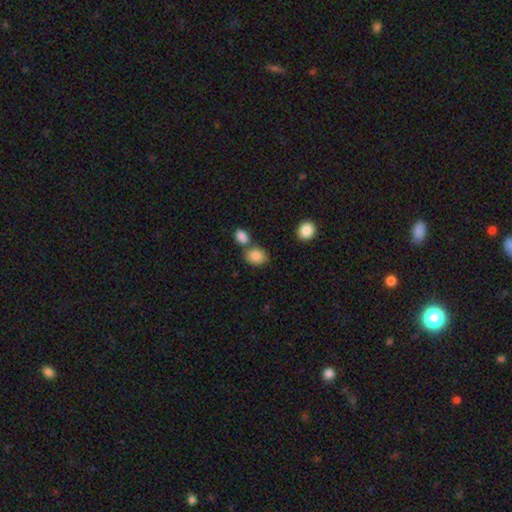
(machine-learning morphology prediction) smooth-or-featured: smooth: 87% | star or artifact: 8% | featured or disk: 5%
  how-rounded: in between: 64% | round: 35% | cigar-shaped: 1%
  merging: none: 58% | merger: 26% | minor disturbance: 12% | major disturbance: 4%